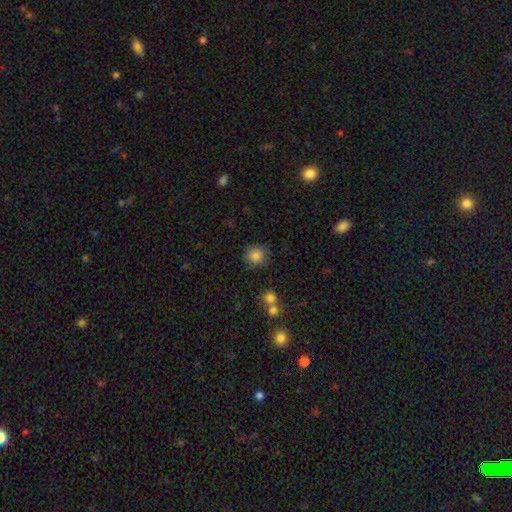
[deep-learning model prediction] Morphology: type=smooth (84%); roundness=round (89%); merging=none (84%).